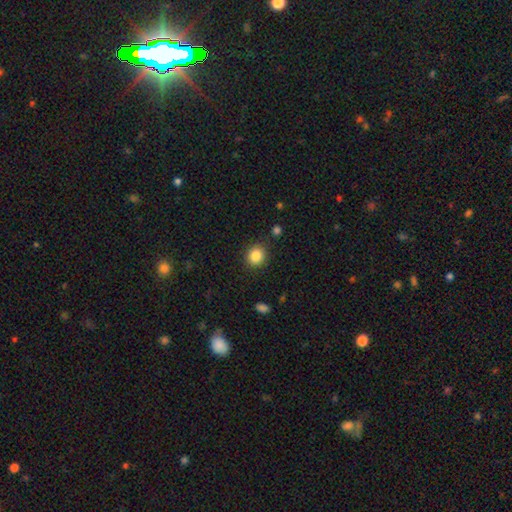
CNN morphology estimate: Smooth or featured? smooth (85%)
How rounded? round (77%)
Merging? none (88%)